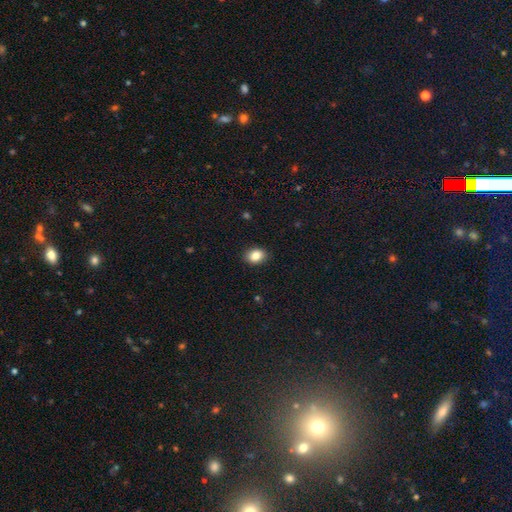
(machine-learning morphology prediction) smooth 85%, star or artifact 9%, featured or disk 6%. Down the decision tree: how rounded — in between (71%); merging — none (89%).